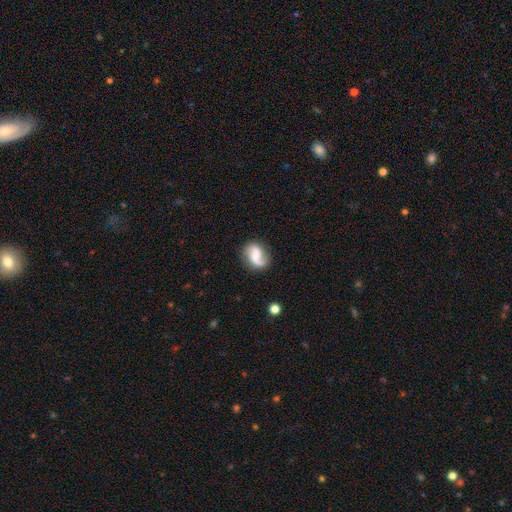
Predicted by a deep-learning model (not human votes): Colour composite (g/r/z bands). It shows a featured or disk galaxy (67%) with no bar (43%), 2 (72%) loose (59%) spiral arms (93%) and no central bulge (28%, tied with moderate). Merging: none (70%).